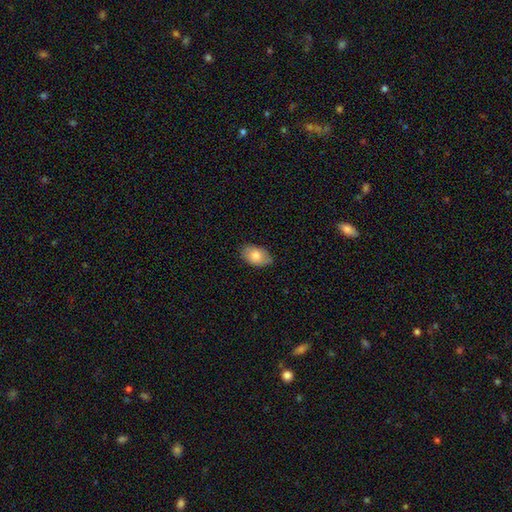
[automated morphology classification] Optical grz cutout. It shows a smooth galaxy with no disk features (82%) that is in between round and cigar-shaped (91%). Merging: none (80%).